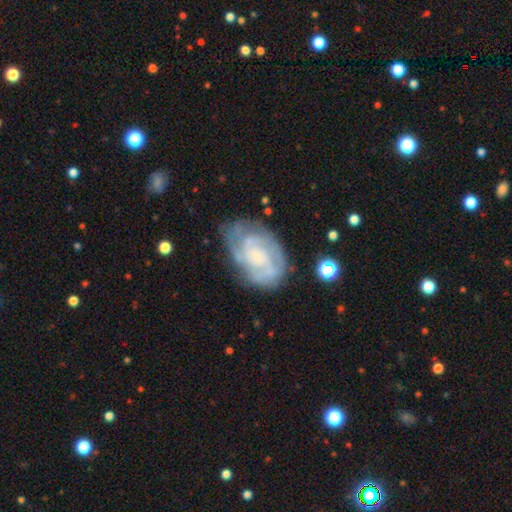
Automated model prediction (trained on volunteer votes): Morphology: type=featured or disk (78%); edge-on=no (97%); bar=no (66%); spiral arms=yes (92%); winding=tight (59%); arm count=can't tell (33%); bulge=small (47%); merging=none (69%).